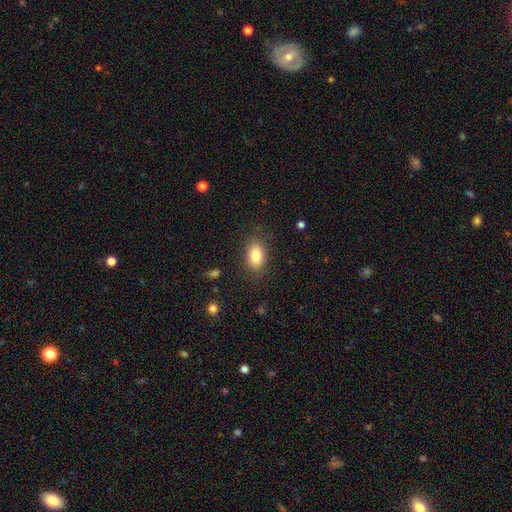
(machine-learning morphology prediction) This is clearly a smooth galaxy (82%). How rounded: clearly in between (85%). Merging: clearly none (83%).